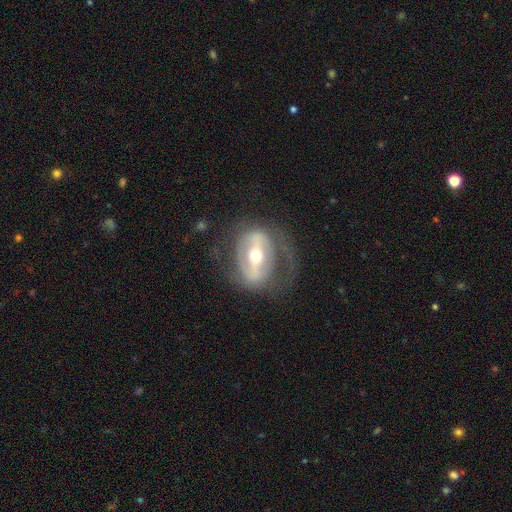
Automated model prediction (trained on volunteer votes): Smooth or featured?
  - featured or disk: 78% *
  - smooth: 16%
  - star or artifact: 6%
Edge-on disk?
  - no: 91% *
  - yes: 9%
Bar?
  - strong: 66% *
  - weak: 22%
  - no: 12%
Spiral arms?
  - yes: 54% *
  - no: 46%
Bulge size?
  - moderate: 62% *
  - small: 31%
  - large: 5%
  - dominant: 1%
  - none: 1%
Merging?
  - none: 58% *
  - major disturbance: 22%
  - minor disturbance: 18%
  - merger: 2%